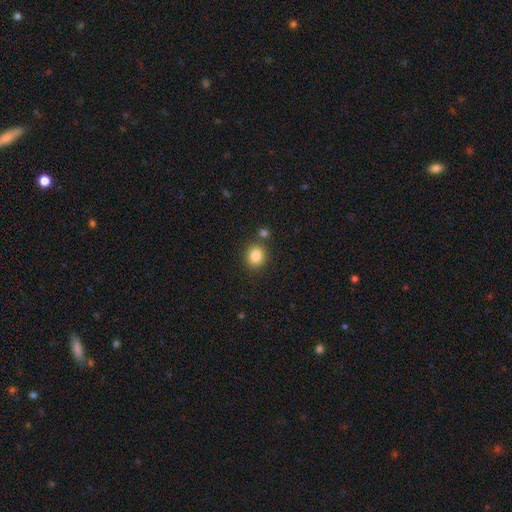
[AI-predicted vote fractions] Smooth or featured? Predicted: smooth (p=0.85). How rounded? Predicted: round (p=0.78). Merging? Predicted: none (p=0.81).